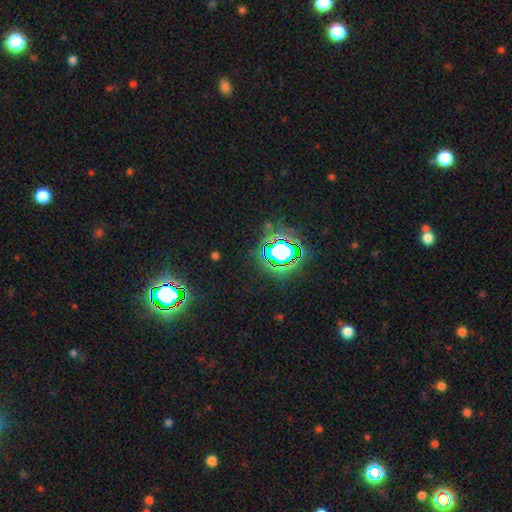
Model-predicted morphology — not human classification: type=star or artifact (77%).